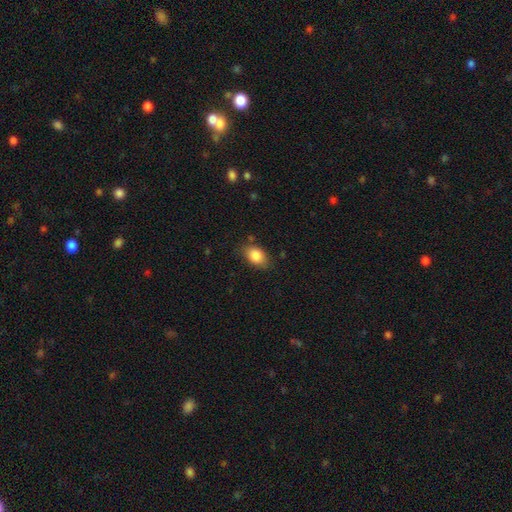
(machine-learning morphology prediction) Smooth or featured? Predicted: smooth (p=0.85). How rounded? Predicted: in between (p=0.79). Merging? Predicted: none (p=0.77).